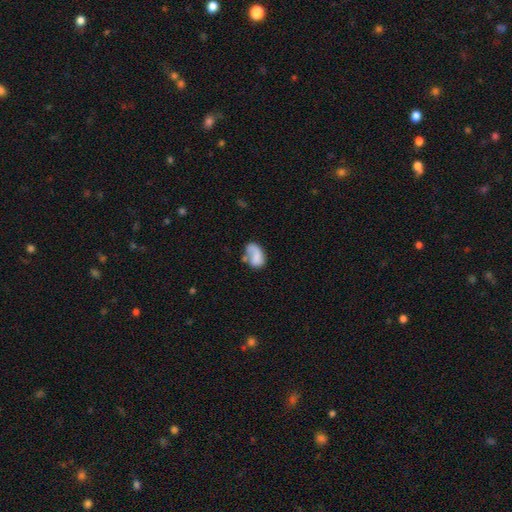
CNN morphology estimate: smooth_or_featured: smooth (p=0.63) [alt: featured or disk p=0.28]
how_rounded: in between (p=0.85) [alt: round p=0.13]
merging: none (p=0.36) [alt: minor disturbance p=0.25]